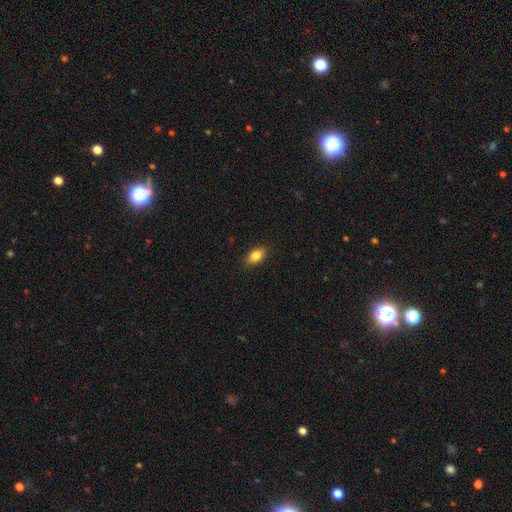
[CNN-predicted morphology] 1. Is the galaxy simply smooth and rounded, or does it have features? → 85% smooth, 8% star or artifact, 7% featured or disk.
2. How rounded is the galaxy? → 87% in between, 10% round, 3% cigar-shaped.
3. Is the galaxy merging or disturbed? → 88% none, 9% minor disturbance, 2% major disturbance, 1% merger.